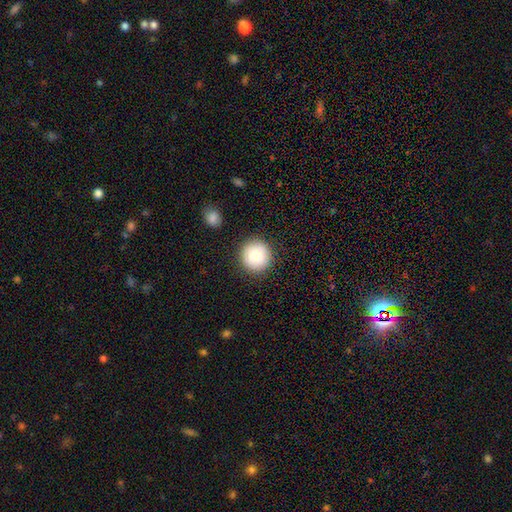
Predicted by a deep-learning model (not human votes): Smooth or featured: smooth — 87% (star or artifact — 8%)
How rounded: round — 95% (in between — 5%)
Merging: none — 90% (minor disturbance — 6%)